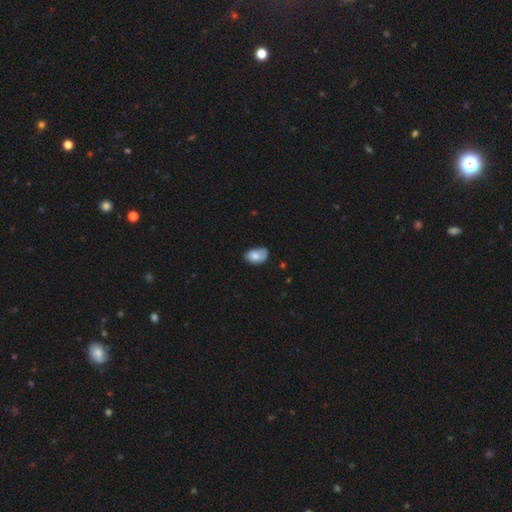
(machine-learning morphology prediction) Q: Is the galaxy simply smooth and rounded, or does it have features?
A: smooth — 76%.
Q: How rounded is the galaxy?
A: in between — 86%.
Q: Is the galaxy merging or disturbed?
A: none — 48%.